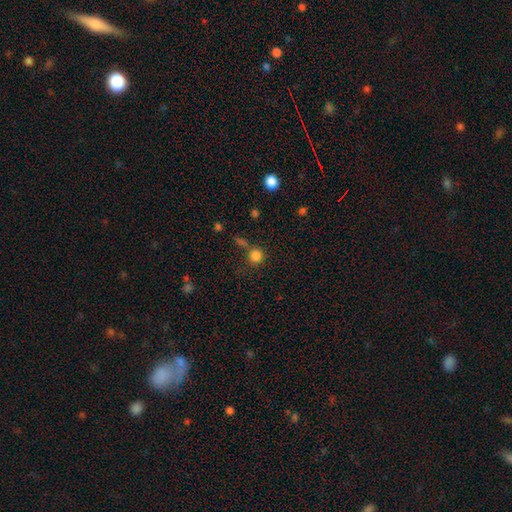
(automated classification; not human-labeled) smooth_or_featured: smooth (p=0.82) [alt: star or artifact p=0.13]
how_rounded: round (p=0.91) [alt: in between p=0.08]
merging: none (p=0.70) [alt: merger p=0.14]